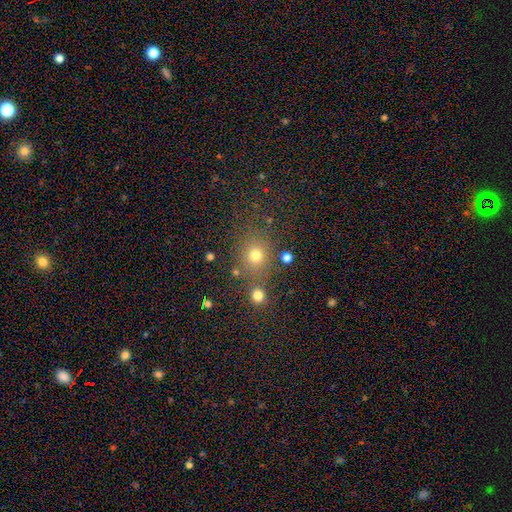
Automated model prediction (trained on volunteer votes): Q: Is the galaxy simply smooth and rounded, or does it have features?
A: smooth — 72%.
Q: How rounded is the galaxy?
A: round — 79%.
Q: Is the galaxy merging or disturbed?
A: none — 73%.